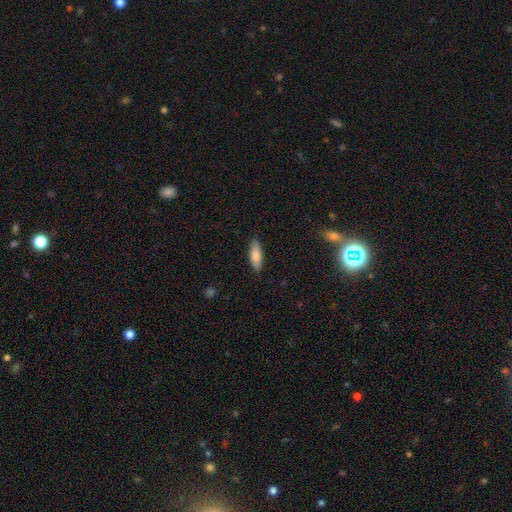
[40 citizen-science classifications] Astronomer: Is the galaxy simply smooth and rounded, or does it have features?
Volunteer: smooth — 75%.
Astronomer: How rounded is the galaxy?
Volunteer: in between — 60%.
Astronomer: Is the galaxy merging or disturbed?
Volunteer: none — 92%.